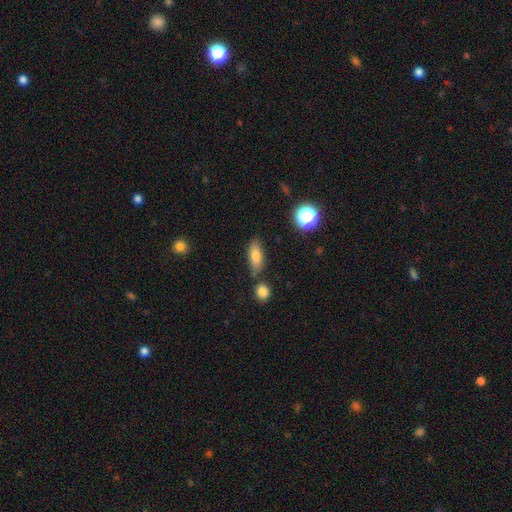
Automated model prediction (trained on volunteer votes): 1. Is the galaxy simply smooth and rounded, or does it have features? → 75% smooth, 16% featured or disk, 9% star or artifact.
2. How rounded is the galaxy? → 70% in between, 25% cigar-shaped, 5% round.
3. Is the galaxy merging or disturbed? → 74% none, 14% minor disturbance, 9% merger, 3% major disturbance.